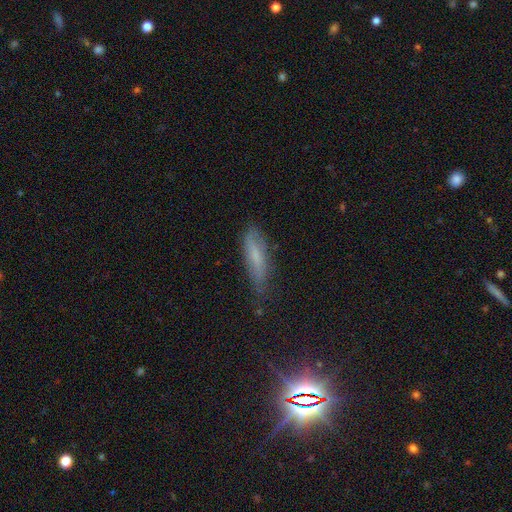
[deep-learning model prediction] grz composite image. It shows a smooth galaxy with no disk features (59%) that is cigar-shaped (61%). Merging: none (58%).